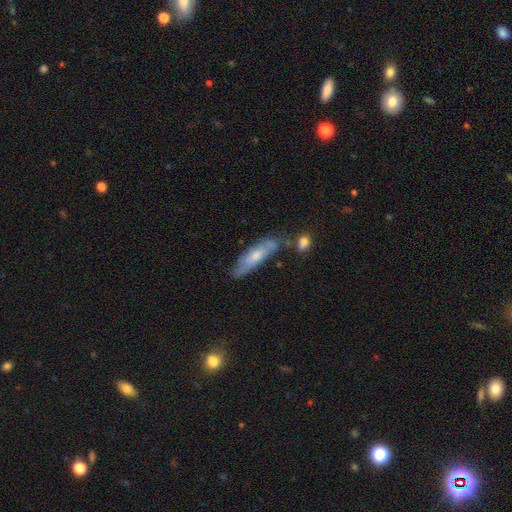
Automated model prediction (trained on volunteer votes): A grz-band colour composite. It shows a smooth galaxy with no disk features (52%) that is cigar-shaped (67%). Merging: none (59%).